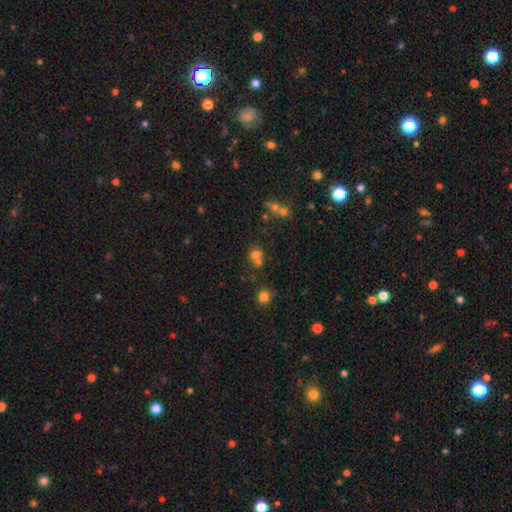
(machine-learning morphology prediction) smooth_or_featured: smooth (p=0.65) [alt: star or artifact p=0.20]
how_rounded: round (p=0.74) [alt: in between p=0.25]
merging: merger (p=0.48) [alt: none p=0.38]